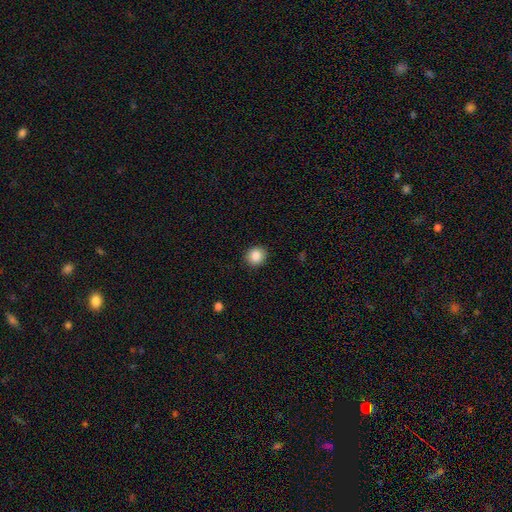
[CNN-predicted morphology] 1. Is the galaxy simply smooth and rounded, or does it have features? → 87% smooth, 9% star or artifact, 4% featured or disk.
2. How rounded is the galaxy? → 85% round, 14% in between, 1% cigar-shaped.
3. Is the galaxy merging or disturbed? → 91% none, 6% minor disturbance, 2% major disturbance, 1% merger.